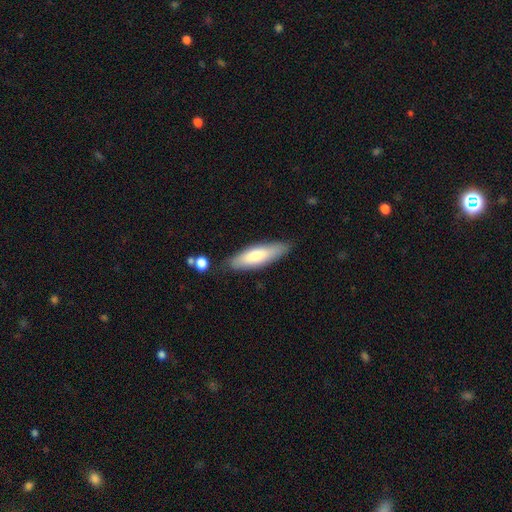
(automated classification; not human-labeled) The model was most divided on "how rounded": cigar-shaped: 60%, in between: 39%, round: 1%. More confident: merging — none (83%); smooth or featured — smooth (70%).